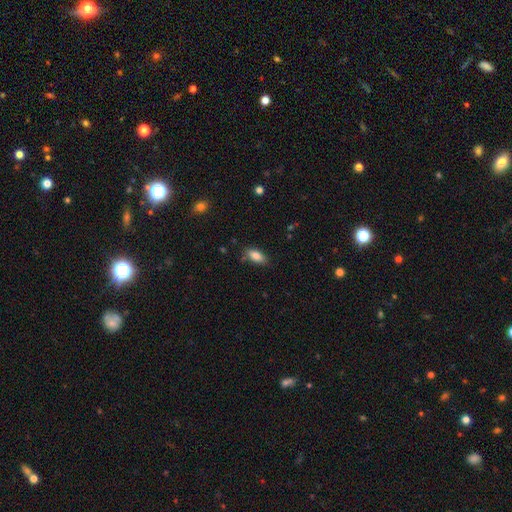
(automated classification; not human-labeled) Smooth or featured?
  - smooth: 83% *
  - featured or disk: 9%
  - star or artifact: 8%
How rounded?
  - in between: 85% *
  - cigar-shaped: 13%
  - round: 3%
Merging?
  - none: 81% *
  - minor disturbance: 14%
  - major disturbance: 3%
  - merger: 2%